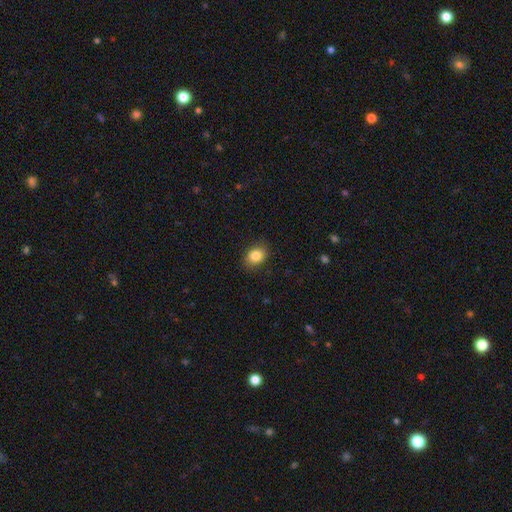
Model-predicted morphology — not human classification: The model was most divided on "how rounded": in between: 66%, round: 33%, cigar-shaped: 1%. More confident: smooth or featured — smooth (85%); merging — none (85%).